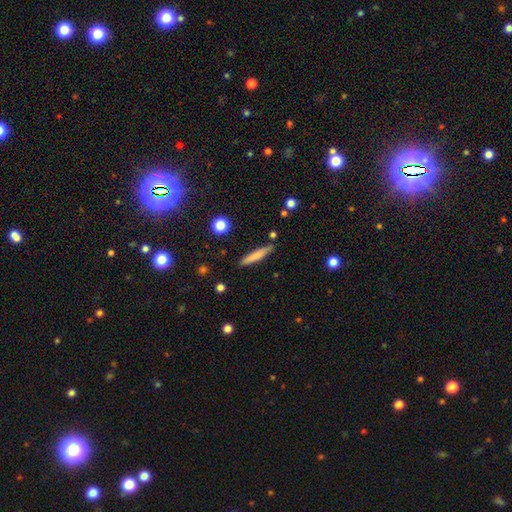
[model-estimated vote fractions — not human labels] Morphology: type=smooth (72%); roundness=cigar-shaped (91%); merging=none (85%).